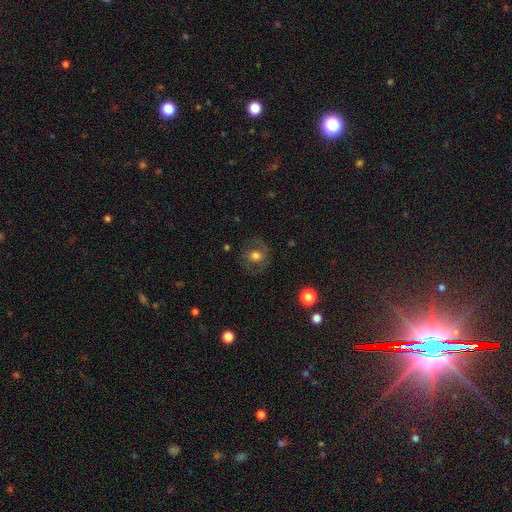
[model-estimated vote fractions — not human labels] A smooth galaxy with no disk features (53%) that is round (78%).

Vote fractions:
- Smooth or featured? smooth: 53% / featured or disk: 36% / star or artifact: 11%
- How rounded? round: 78% / in between: 21% / cigar-shaped: 1%
- Merging? none: 77% / minor disturbance: 13% / major disturbance: 8% / merger: 1%